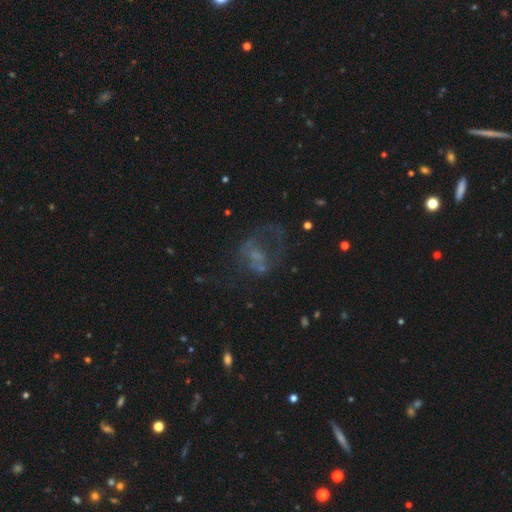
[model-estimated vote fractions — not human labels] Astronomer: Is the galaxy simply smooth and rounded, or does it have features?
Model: featured or disk — 51% (runner-up: smooth, 28%).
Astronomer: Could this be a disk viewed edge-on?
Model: no — 97%.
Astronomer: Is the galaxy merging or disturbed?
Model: major disturbance — 43% (runner-up: none, 35%).